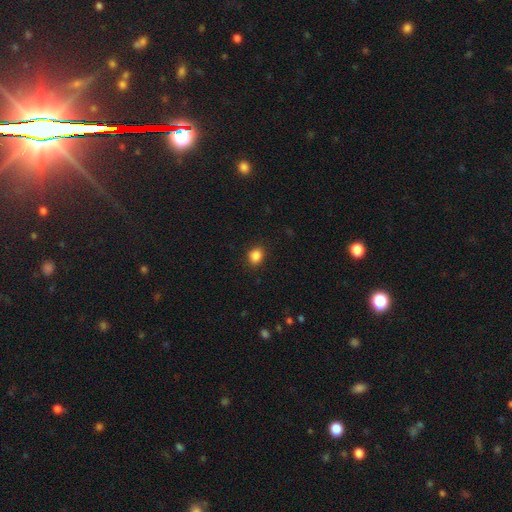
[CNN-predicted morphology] type=smooth (86%); roundness=round (61%); merging=none (88%).